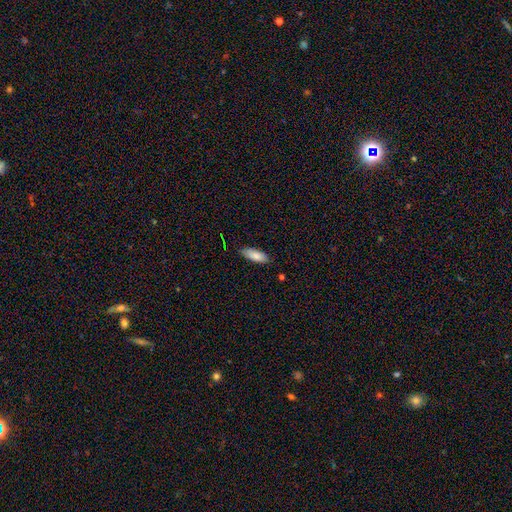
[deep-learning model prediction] This appears to be a smooth galaxy with no disk features (83%) that is in between round and cigar-shaped (73%). Merging: none (80%).